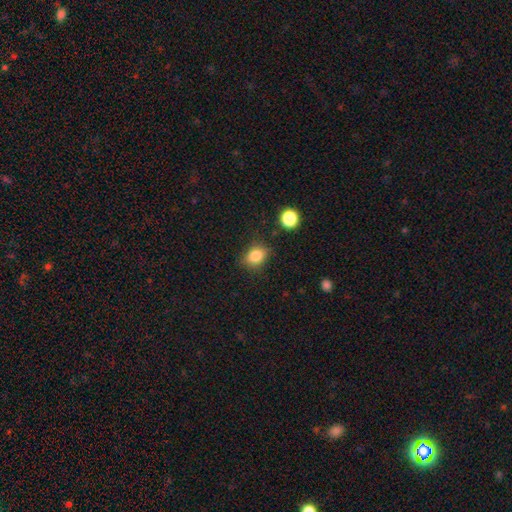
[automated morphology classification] A smooth galaxy with no disk features (84%) that is in between round and cigar-shaped (55%). Merging: none (77%).